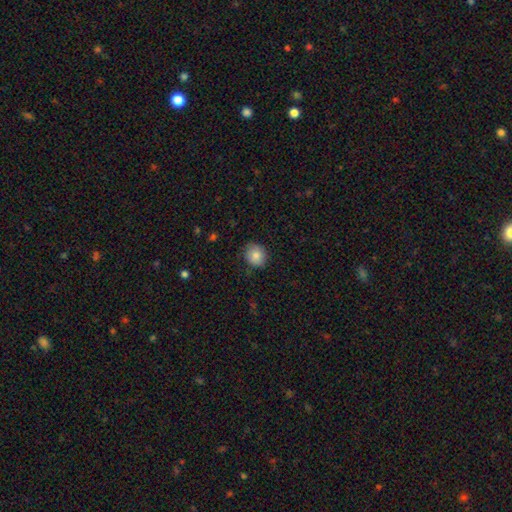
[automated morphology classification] smooth_or_featured: smooth (p=0.83) [alt: star or artifact p=0.09]
how_rounded: round (p=0.75) [alt: in between p=0.24]
merging: none (p=0.83) [alt: minor disturbance p=0.14]